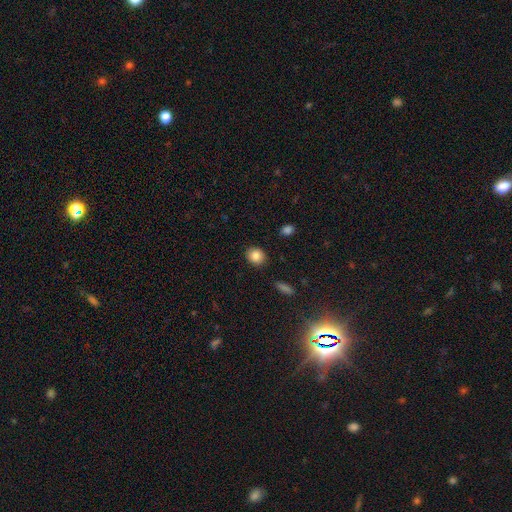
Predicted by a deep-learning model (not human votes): Smooth or featured: smooth — 86% (star or artifact — 9%)
How rounded: round — 68% (in between — 31%)
Merging: none — 89% (minor disturbance — 8%)